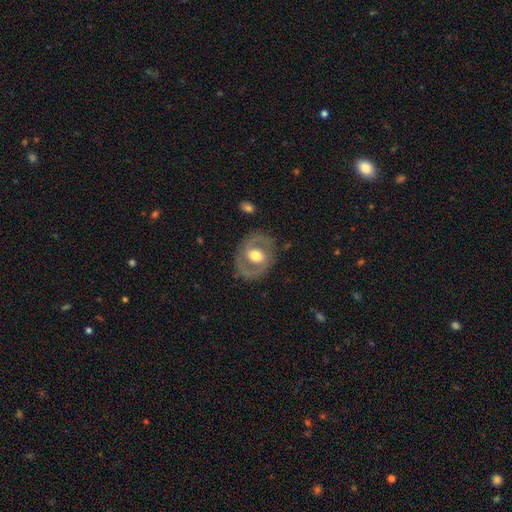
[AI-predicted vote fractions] Morphology: type=featured or disk (73%); edge-on=no (96%); bar=weak (40%); spiral arms=yes (71%); winding=medium (52%); arm count=2 (87%); bulge=moderate (67%); merging=none (80%).